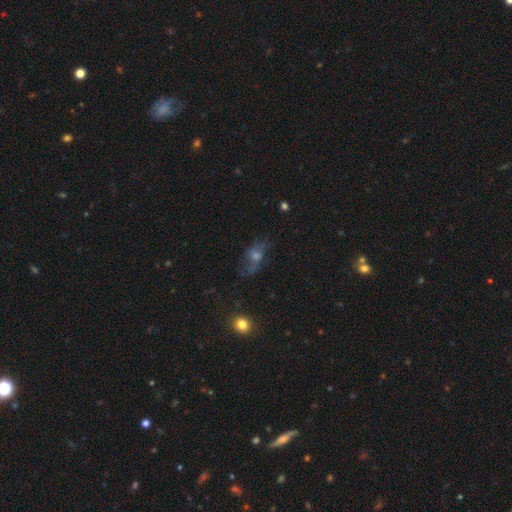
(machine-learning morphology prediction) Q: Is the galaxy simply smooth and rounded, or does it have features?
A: featured or disk — 46%.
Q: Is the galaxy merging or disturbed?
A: none — 58%.